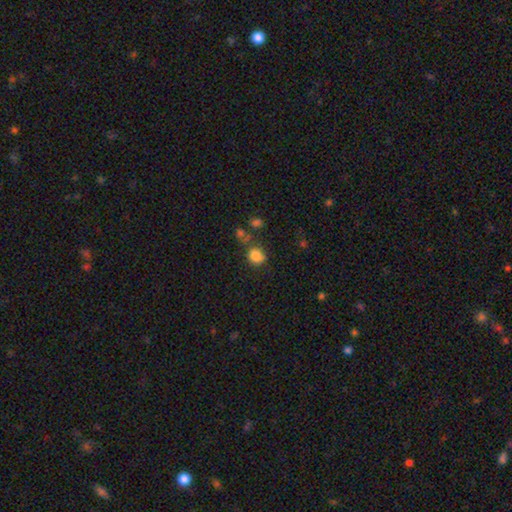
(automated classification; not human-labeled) Smooth or featured?
  - smooth: 82% *
  - star or artifact: 12%
  - featured or disk: 6%
How rounded?
  - round: 55% *
  - in between: 44%
  - cigar-shaped: 1%
Merging?
  - none: 59% *
  - minor disturbance: 20%
  - merger: 12%
  - major disturbance: 9%